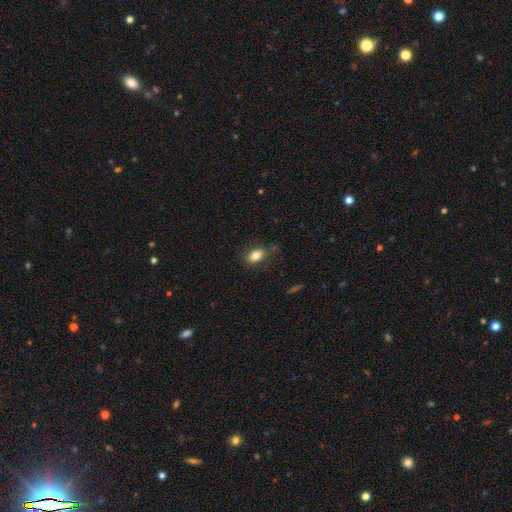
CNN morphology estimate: Q: Smooth or featured?
A: smooth (81%); runner-up: featured or disk (10%)
Q: How rounded?
A: in between (82%); runner-up: round (15%)
Q: Merging?
A: none (76%); runner-up: minor disturbance (17%)